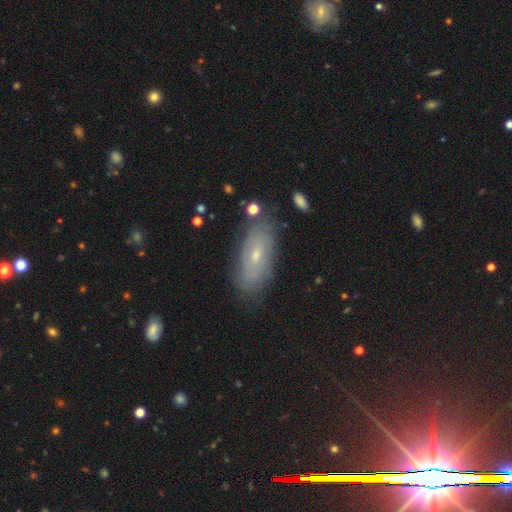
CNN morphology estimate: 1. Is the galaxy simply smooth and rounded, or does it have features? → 51% featured or disk, 38% smooth, 11% star or artifact.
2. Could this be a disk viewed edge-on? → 83% no, 17% yes.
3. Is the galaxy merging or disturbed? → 80% none, 14% minor disturbance, 4% major disturbance, 2% merger.